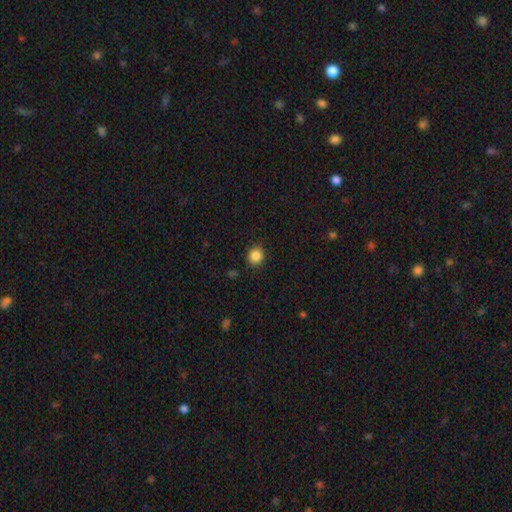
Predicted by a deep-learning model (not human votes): The model was most divided on "smooth or featured": smooth: 86%, star or artifact: 10%, featured or disk: 4%. More confident: merging — none (90%); how rounded — round (88%).